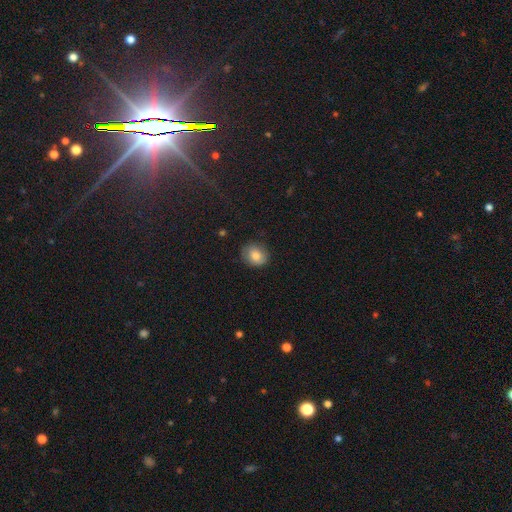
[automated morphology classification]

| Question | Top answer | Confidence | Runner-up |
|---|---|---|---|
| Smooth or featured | smooth | 80% | featured or disk (11%) |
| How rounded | round | 68% | in between (31%) |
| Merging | none | 81% | minor disturbance (15%) |